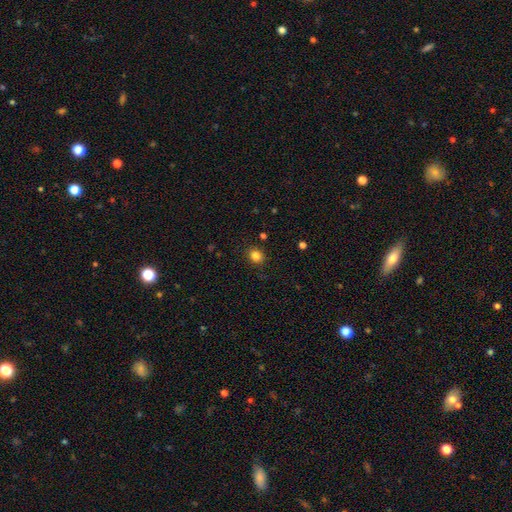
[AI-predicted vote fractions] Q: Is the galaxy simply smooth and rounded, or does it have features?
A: smooth — 84%.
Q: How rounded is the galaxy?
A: round — 72%.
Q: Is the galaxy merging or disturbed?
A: none — 88%.